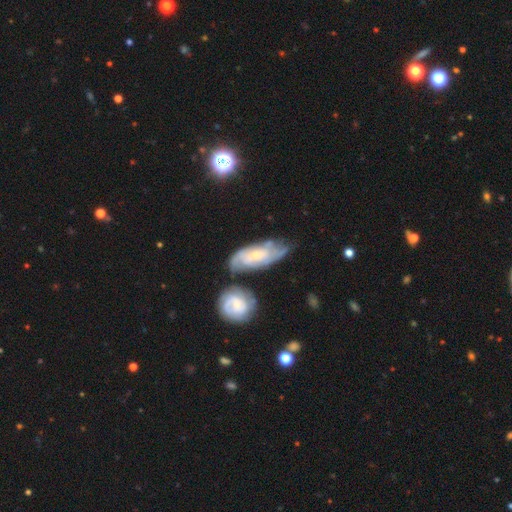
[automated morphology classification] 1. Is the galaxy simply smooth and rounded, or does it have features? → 70% featured or disk, 24% smooth, 6% star or artifact.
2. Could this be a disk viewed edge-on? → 90% no, 10% yes.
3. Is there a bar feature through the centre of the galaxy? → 53% no, 38% weak, 9% strong.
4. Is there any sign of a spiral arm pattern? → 87% yes, 13% no.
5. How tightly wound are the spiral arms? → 56% tight, 33% medium, 12% loose.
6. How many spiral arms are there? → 50% can't tell, 30% 2, 10% 3, 4% 4, 3% 1, 3% more than 4.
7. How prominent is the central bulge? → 57% small, 37% moderate, 3% large, 3% none, 1% dominant.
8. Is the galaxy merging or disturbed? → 53% none, 22% minor disturbance, 17% merger, 8% major disturbance.